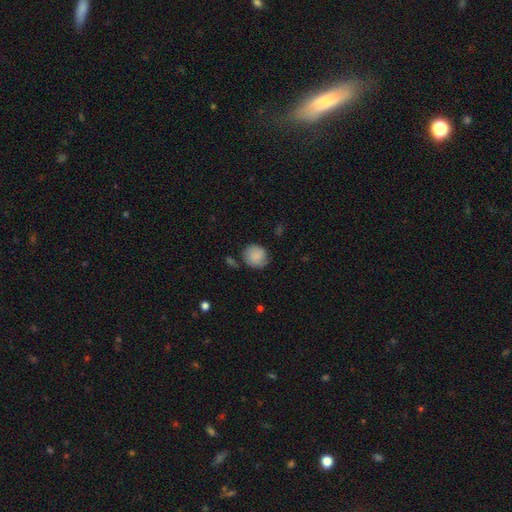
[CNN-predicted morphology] A smooth galaxy with no disk features (81%) that is round (84%).

Vote fractions:
- Smooth or featured? smooth: 81% / featured or disk: 11% / star or artifact: 7%
- How rounded? round: 84% / in between: 15% / cigar-shaped: 1%
- Merging? none: 67% / minor disturbance: 23% / major disturbance: 6% / merger: 4%